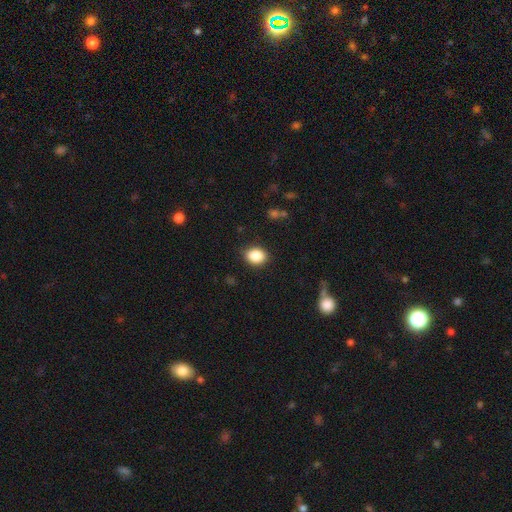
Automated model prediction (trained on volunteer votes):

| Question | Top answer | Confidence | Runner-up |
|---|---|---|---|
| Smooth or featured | smooth | 87% | star or artifact (9%) |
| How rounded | in between | 54% | round (45%) |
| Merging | none | 87% | minor disturbance (9%) |